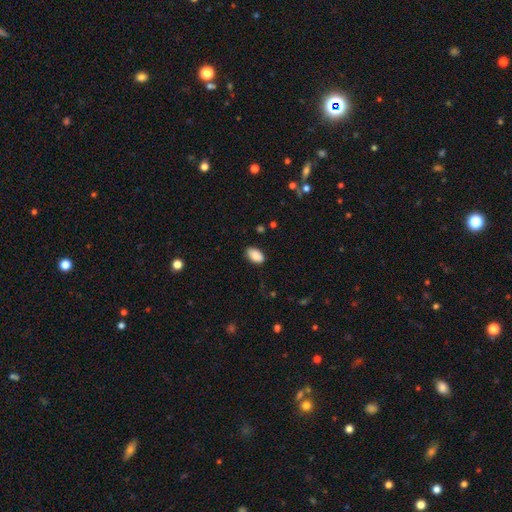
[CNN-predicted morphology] This appears to be a smooth galaxy with no disk features (88%) that is in between round and cigar-shaped (93%). Merging: none (83%).